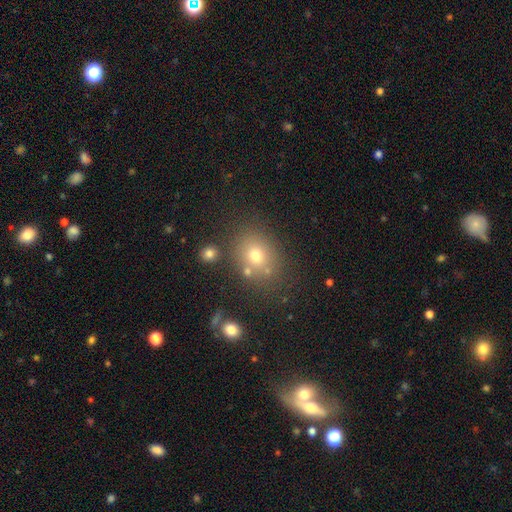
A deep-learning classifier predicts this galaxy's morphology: Smooth or featured? smooth (70%)
How rounded? round (56%)
Merging? none (72%)